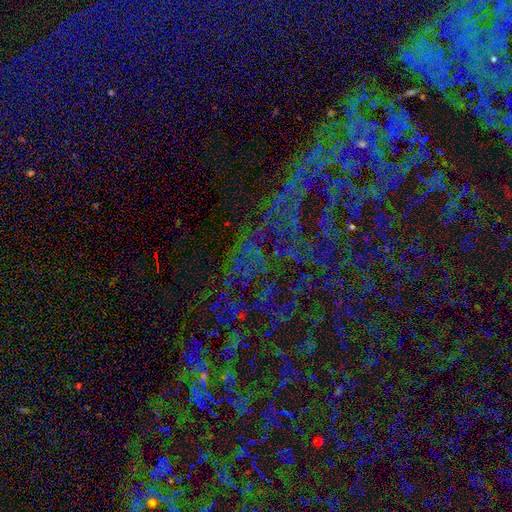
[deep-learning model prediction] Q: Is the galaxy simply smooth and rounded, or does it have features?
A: star or artifact — 76%.